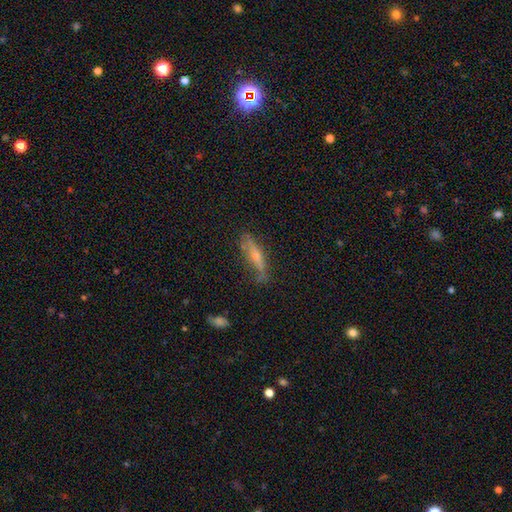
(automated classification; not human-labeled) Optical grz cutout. It shows a featured or disk galaxy (56%) viewed edge-on (82%). Merging: none (70%).